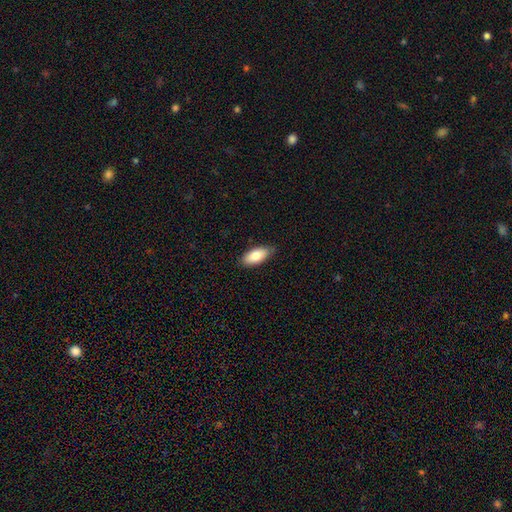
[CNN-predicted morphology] A smooth galaxy with no disk features (81%) that is in between round and cigar-shaped (90%).

Vote fractions:
- Smooth or featured? smooth: 81% / featured or disk: 13% / star or artifact: 6%
- How rounded? in between: 90% / cigar-shaped: 8% / round: 2%
- Merging? none: 83% / minor disturbance: 14% / major disturbance: 2% / merger: 1%